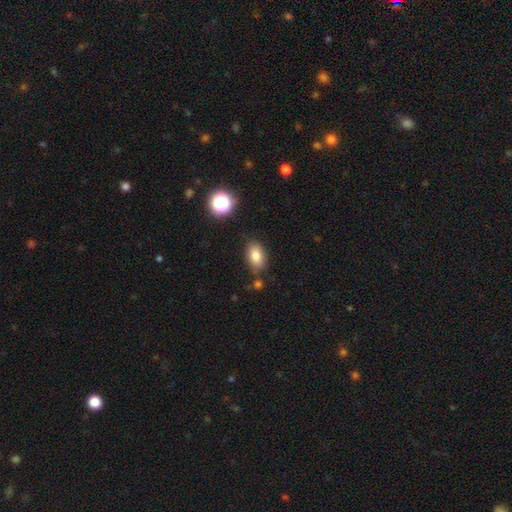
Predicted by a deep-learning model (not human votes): A smooth galaxy with no disk features (83%) that is in between round and cigar-shaped (87%).

Vote fractions:
- Smooth or featured? smooth: 83% / star or artifact: 10% / featured or disk: 7%
- How rounded? in between: 87% / round: 11% / cigar-shaped: 2%
- Merging? none: 78% / minor disturbance: 14% / merger: 5% / major disturbance: 4%